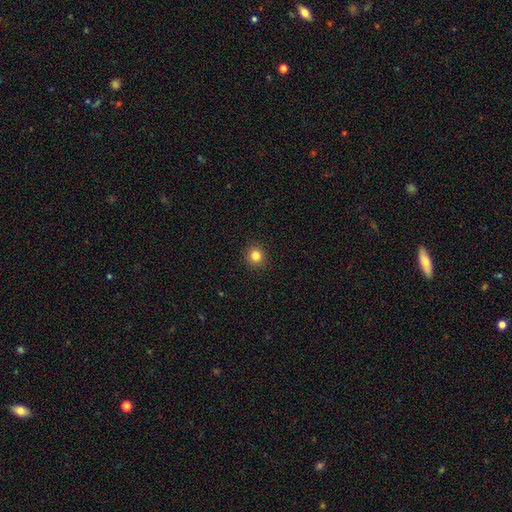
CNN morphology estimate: smooth_or_featured: smooth (p=0.83) [alt: star or artifact p=0.12]
how_rounded: round (p=0.93) [alt: in between p=0.06]
merging: none (p=0.93) [alt: minor disturbance p=0.05]